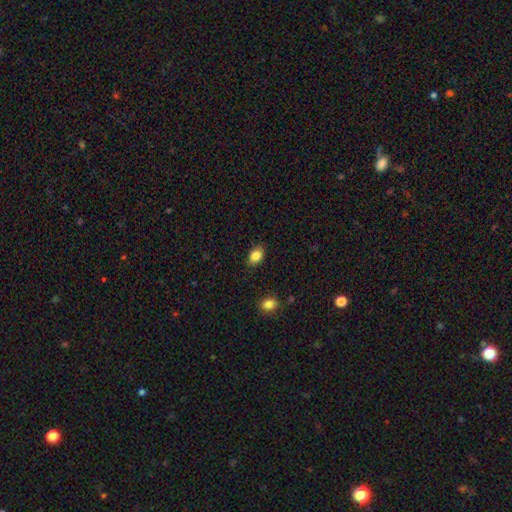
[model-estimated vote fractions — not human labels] This is clearly a smooth galaxy (85%). How rounded: clearly in between (82%). Merging: clearly none (83%).